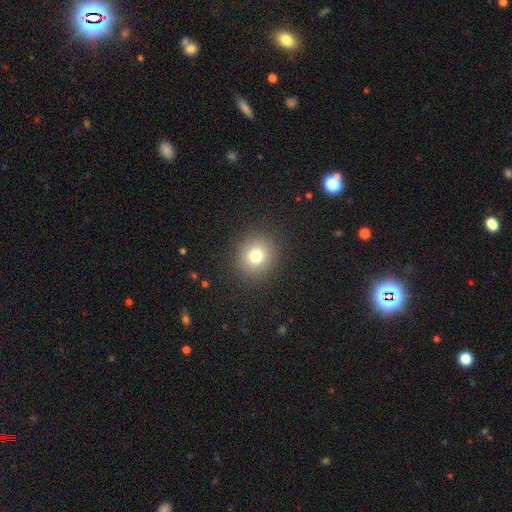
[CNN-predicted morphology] type=smooth (77%); roundness=round (89%); merging=none (91%).